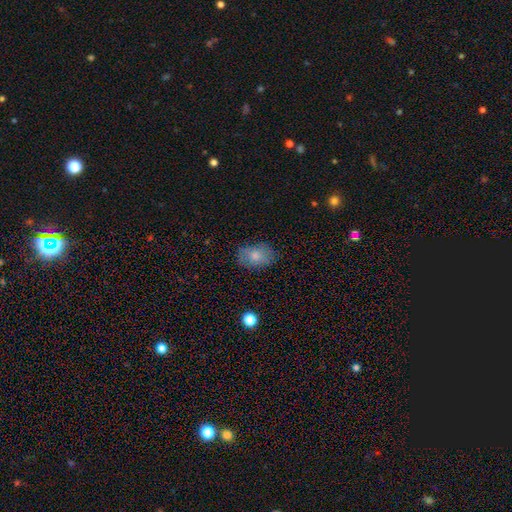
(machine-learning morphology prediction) The model was most divided on "merging": none: 77%, minor disturbance: 17%, major disturbance: 5%, merger: 1%. More confident: how rounded — in between (81%); smooth or featured — smooth (77%).